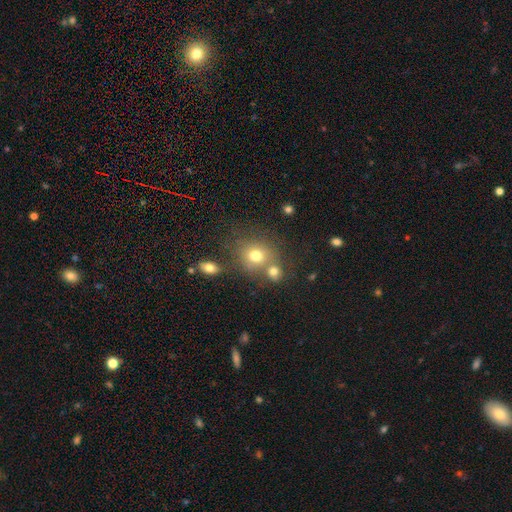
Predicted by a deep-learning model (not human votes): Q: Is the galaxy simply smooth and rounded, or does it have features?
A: smooth — 73%.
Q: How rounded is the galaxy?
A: round — 78%.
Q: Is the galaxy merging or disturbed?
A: none — 57%.